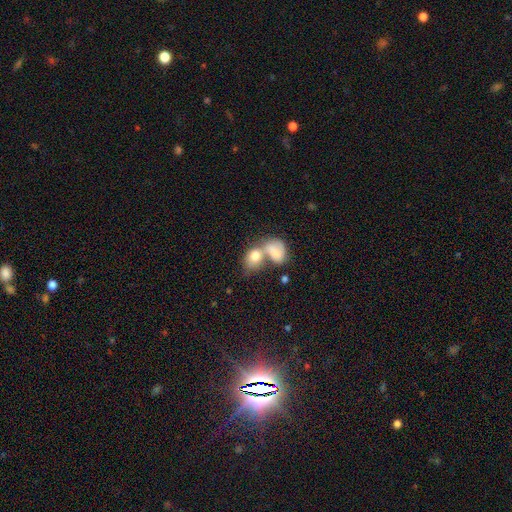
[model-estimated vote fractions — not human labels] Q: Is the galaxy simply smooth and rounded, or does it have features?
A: smooth — 75%.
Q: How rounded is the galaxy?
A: in between — 68%.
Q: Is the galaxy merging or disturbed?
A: merger — 75%.